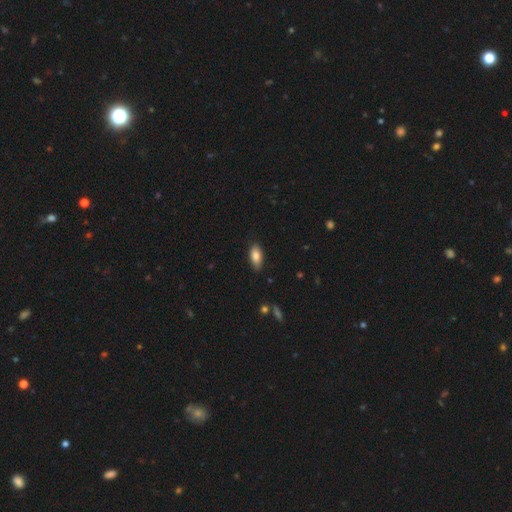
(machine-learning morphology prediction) The model was most divided on "merging": none: 84%, minor disturbance: 13%, major disturbance: 2%, merger: 1%. More confident: how rounded — in between (89%); smooth or featured — smooth (84%).